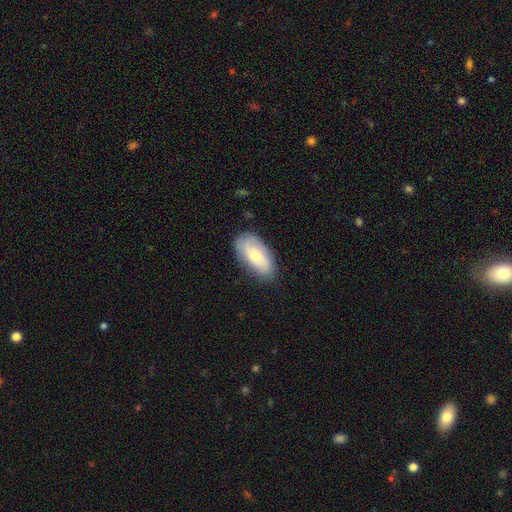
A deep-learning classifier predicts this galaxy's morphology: This is likely a smooth galaxy (62%). How rounded: clearly in between (92%). Merging: likely none (79%).